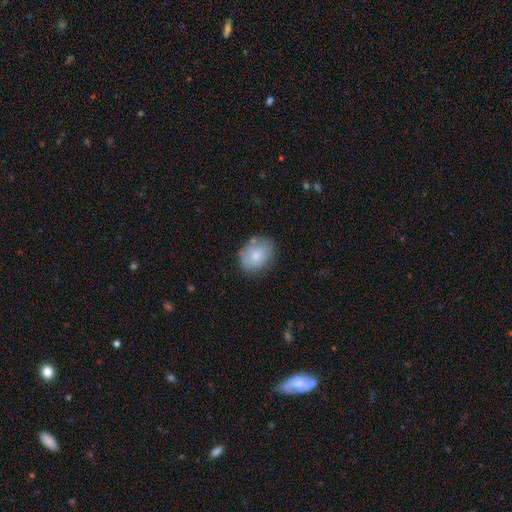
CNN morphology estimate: Smooth or featured? Predicted: smooth (p=0.79). How rounded? Predicted: in between (p=0.63). Merging? Predicted: none (p=0.74).